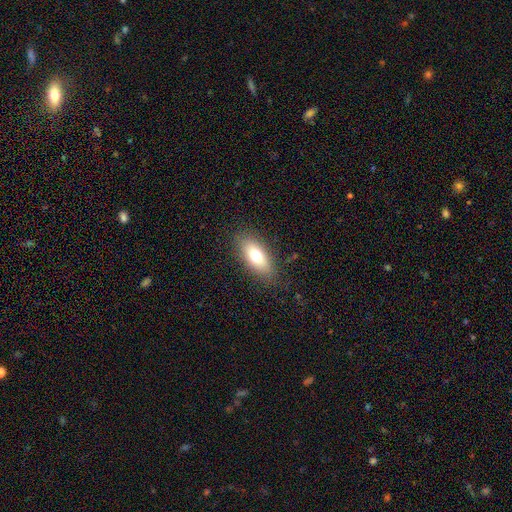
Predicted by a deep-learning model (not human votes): Morphology: type=smooth (72%); roundness=in between (82%); merging=none (85%).